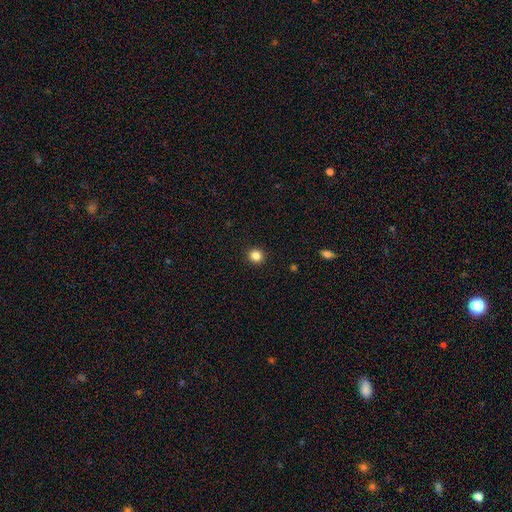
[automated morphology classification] A smooth galaxy with no disk features (84%) that is round (92%). Merging: none (93%).